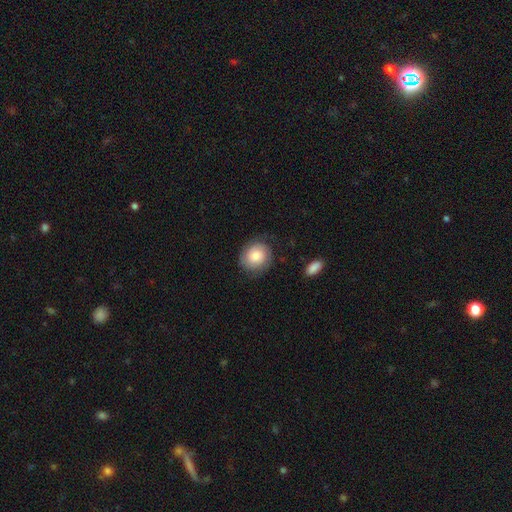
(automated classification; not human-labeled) smooth 64%, featured or disk 29%, star or artifact 8%. Down the decision tree: how rounded — round (76%); merging — none (75%).